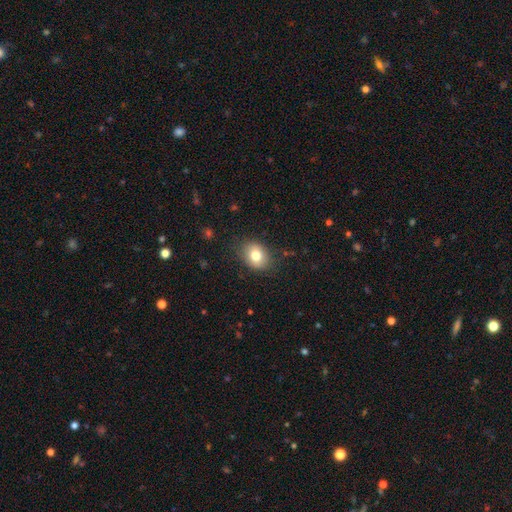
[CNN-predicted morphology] A smooth galaxy with no disk features (78%) that is in between round and cigar-shaped (58%). Merging: none (83%).